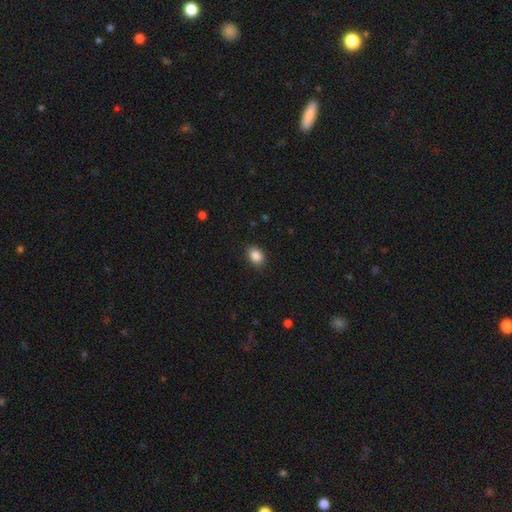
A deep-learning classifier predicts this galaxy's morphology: A smooth galaxy with no disk features (87%) that is in between round and cigar-shaped (75%). Merging: none (87%).